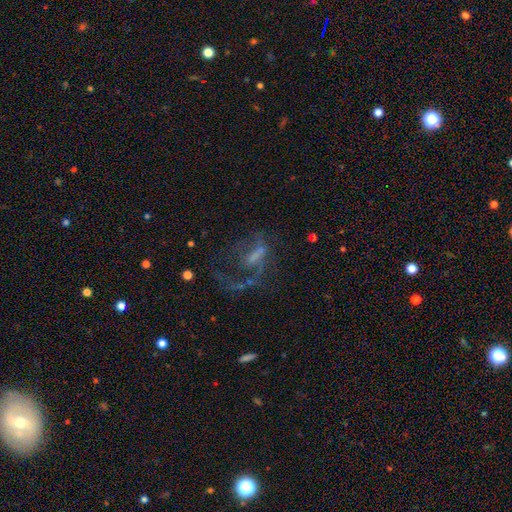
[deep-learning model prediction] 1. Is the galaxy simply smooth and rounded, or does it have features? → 60% featured or disk, 22% smooth, 18% star or artifact.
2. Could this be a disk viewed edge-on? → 92% no, 8% yes.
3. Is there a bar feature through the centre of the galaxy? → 41% no, 32% weak, 27% strong.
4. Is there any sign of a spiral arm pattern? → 51% no, 49% yes.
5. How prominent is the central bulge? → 54% none, 22% small, 17% moderate, 5% large, 2% dominant.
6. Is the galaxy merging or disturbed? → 52% major disturbance, 29% none, 13% minor disturbance, 6% merger.